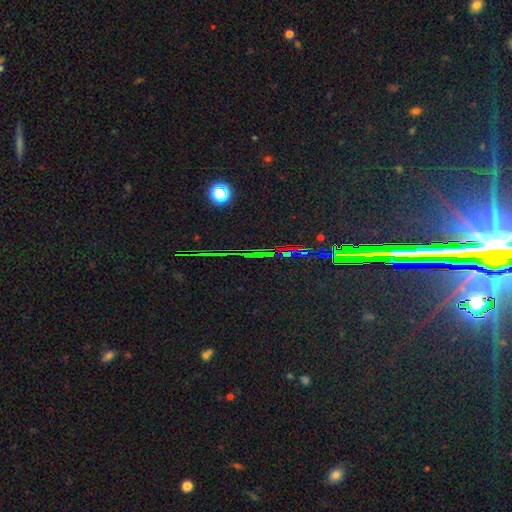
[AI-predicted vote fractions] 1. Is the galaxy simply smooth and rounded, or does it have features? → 84% star or artifact, 8% smooth, 8% featured or disk.